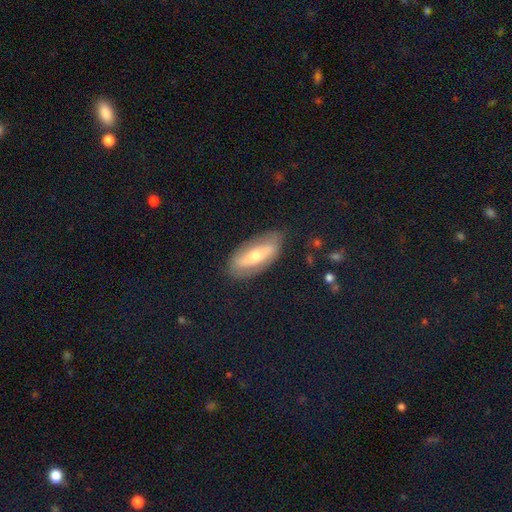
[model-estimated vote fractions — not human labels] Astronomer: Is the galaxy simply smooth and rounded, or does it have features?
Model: featured or disk — 38% (runner-up: smooth, 32%).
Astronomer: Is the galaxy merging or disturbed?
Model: none — 81%.